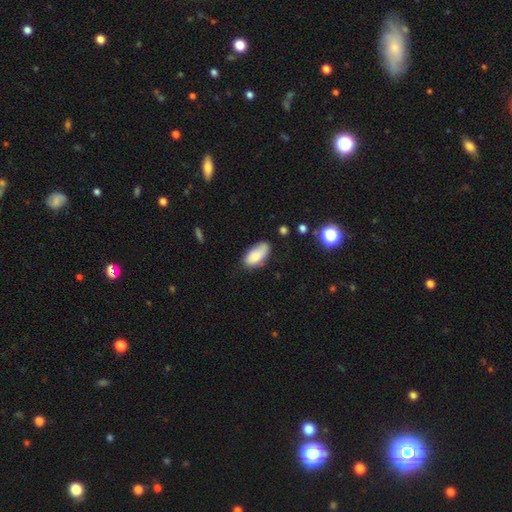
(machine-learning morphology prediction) This is clearly a smooth galaxy (83%). How rounded: clearly in between (91%). Merging: likely none (64%).